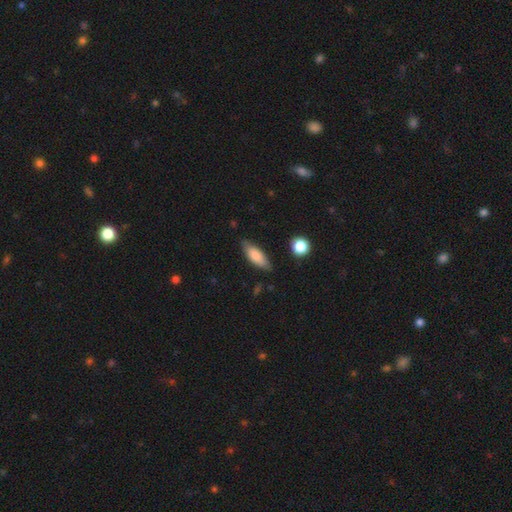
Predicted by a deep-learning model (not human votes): A smooth galaxy with no disk features (78%) that is in between round and cigar-shaped (70%).

Vote fractions:
- Smooth or featured? smooth: 78% / featured or disk: 16% / star or artifact: 6%
- How rounded? in between: 70% / cigar-shaped: 28% / round: 2%
- Merging? none: 77% / minor disturbance: 18% / major disturbance: 3% / merger: 2%